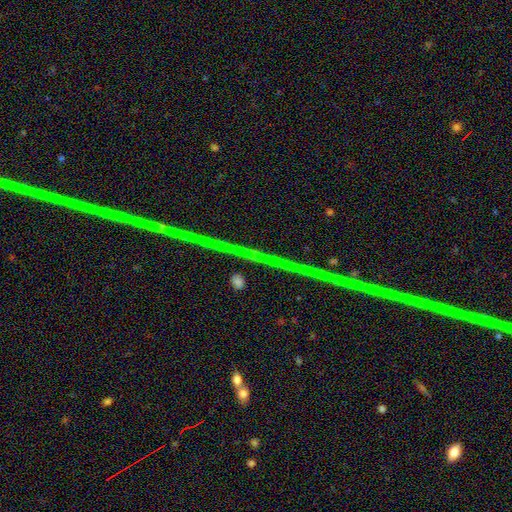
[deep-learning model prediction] smooth-or-featured: star or artifact: 68% | featured or disk: 21% | smooth: 11%